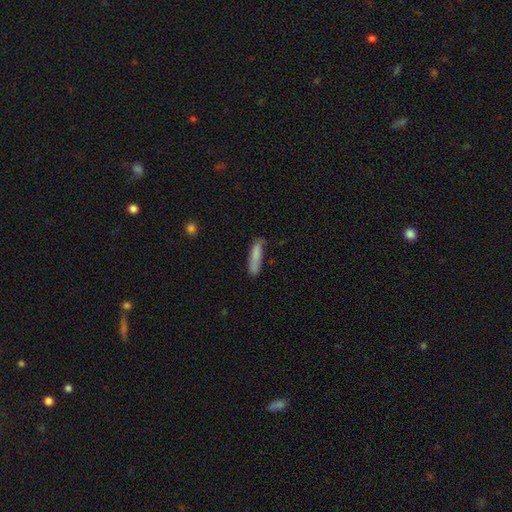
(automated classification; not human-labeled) This appears to be a smooth galaxy with no disk features (79%) that is cigar-shaped (80%). Merging: none (65%).